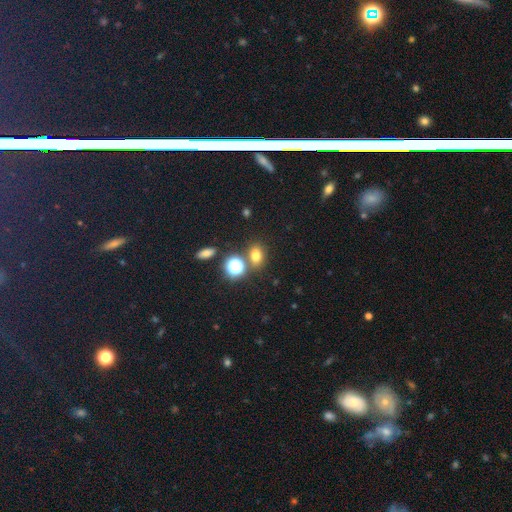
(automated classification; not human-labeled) smooth_or_featured: smooth (p=0.71) [alt: star or artifact p=0.22]
how_rounded: in between (p=0.62) [alt: round p=0.37]
merging: none (p=0.72) [alt: merger p=0.13]